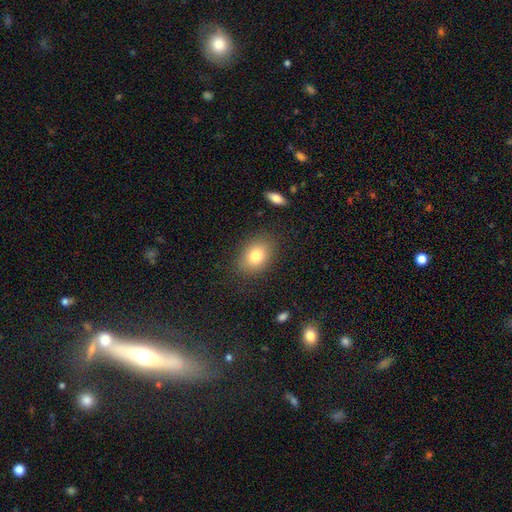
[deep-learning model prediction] This appears to be a smooth galaxy with no disk features (80%) that is in between round and cigar-shaped (71%). Merging: none (83%).